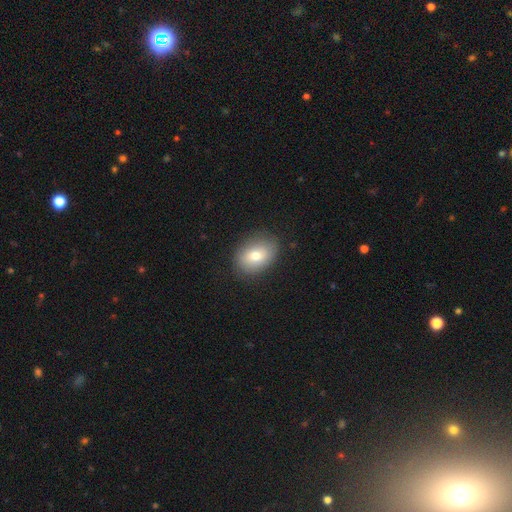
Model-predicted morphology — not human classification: Smooth or featured? Predicted: smooth (p=0.75). How rounded? Predicted: in between (p=0.72). Merging? Predicted: none (p=0.84).